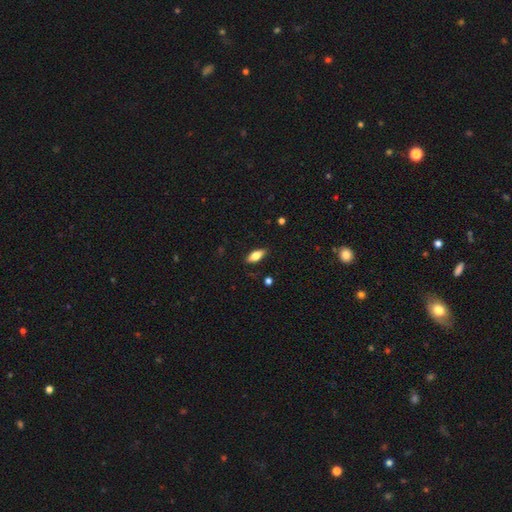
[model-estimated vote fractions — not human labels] The model was most divided on "smooth or featured": smooth: 66%, featured or disk: 26%, star or artifact: 7%. More confident: merging — none (87%); how rounded — in between (78%).